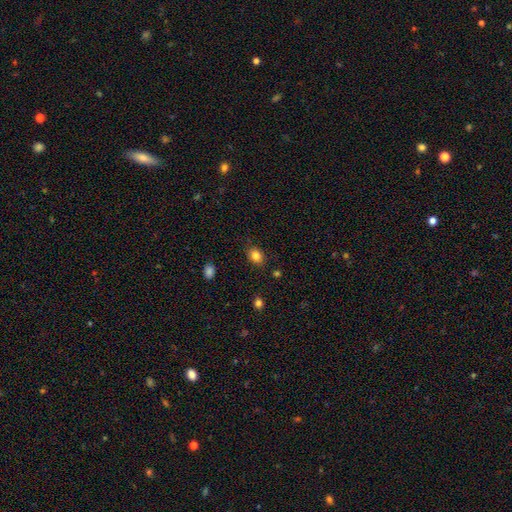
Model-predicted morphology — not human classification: smooth_or_featured: smooth (p=0.84) [alt: star or artifact p=0.10]
how_rounded: in between (p=0.58) [alt: round p=0.41]
merging: none (p=0.85) [alt: minor disturbance p=0.11]